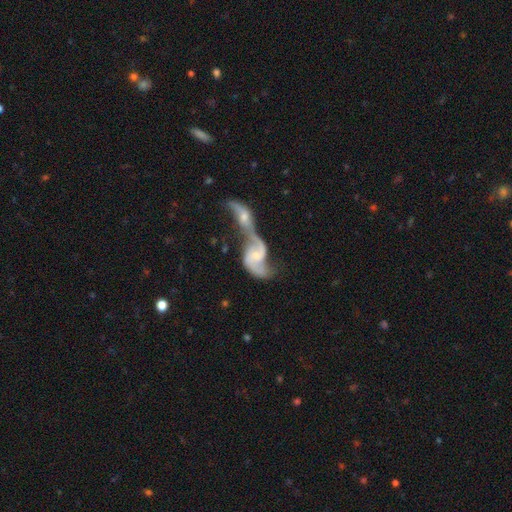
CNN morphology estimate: Q: Smooth or featured?
A: featured or disk (83%); runner-up: smooth (12%)
Q: Edge-on disk?
A: no (96%); runner-up: yes (4%)
Q: Bar?
A: no (47%); runner-up: weak (41%)
Q: Spiral arms?
A: yes (92%); runner-up: no (8%)
Q: Spiral winding?
A: loose (66%); runner-up: medium (27%)
Q: Spiral arm count?
A: 2 (87%); runner-up: 1 (5%)
Q: Bulge size?
A: small (45%); runner-up: moderate (28%)
Q: Merging?
A: merger (77%); runner-up: none (10%)